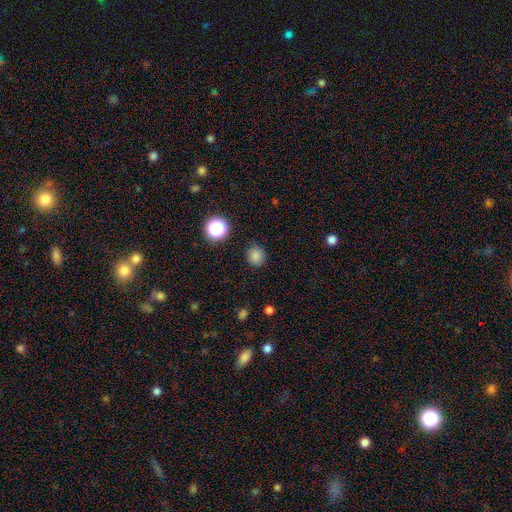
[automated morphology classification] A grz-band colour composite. It shows a smooth galaxy with no disk features (81%) that is round (80%). Merging: none (83%).